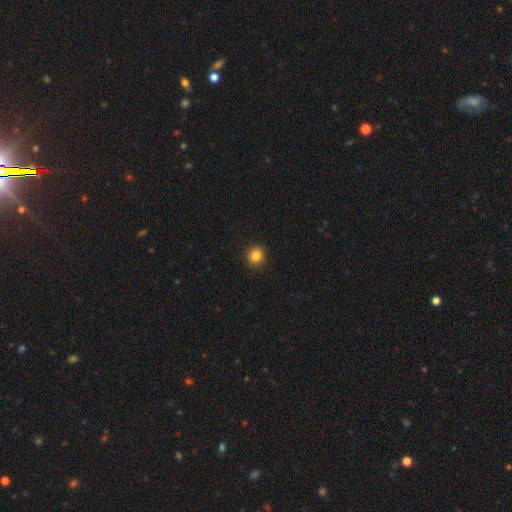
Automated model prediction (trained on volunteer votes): The model was most divided on "smooth or featured": smooth: 84%, star or artifact: 12%, featured or disk: 5%. More confident: how rounded — round (94%); merging — none (93%).